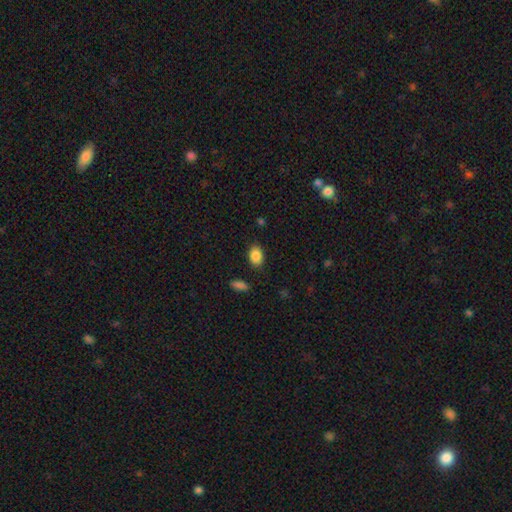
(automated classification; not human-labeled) Smooth or featured? Predicted: smooth (p=0.88). How rounded? Predicted: in between (p=0.82). Merging? Predicted: none (p=0.85).